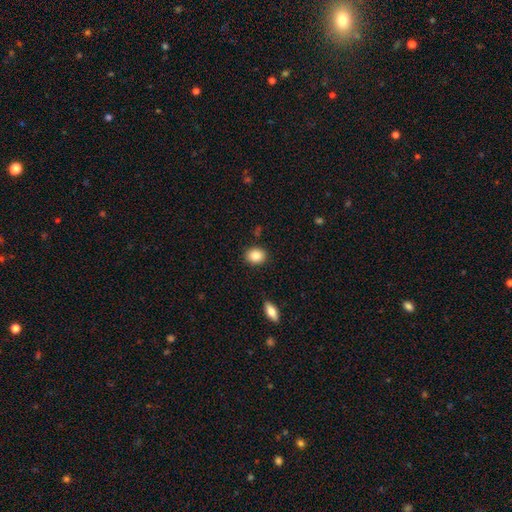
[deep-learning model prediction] A smooth galaxy with no disk features (85%) that is round (58%). Merging: none (89%).